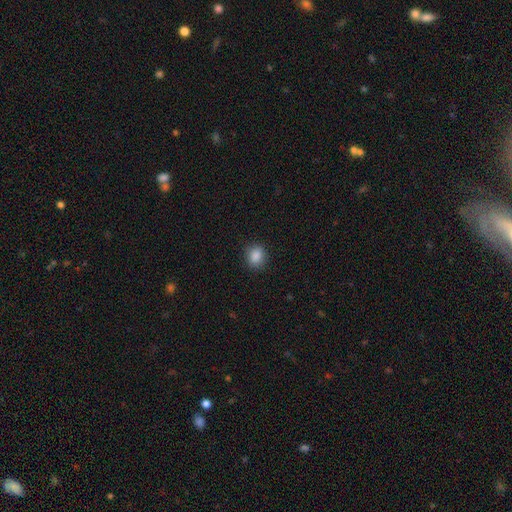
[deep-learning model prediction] A smooth galaxy with no disk features (87%) that is round (64%). Merging: none (87%).